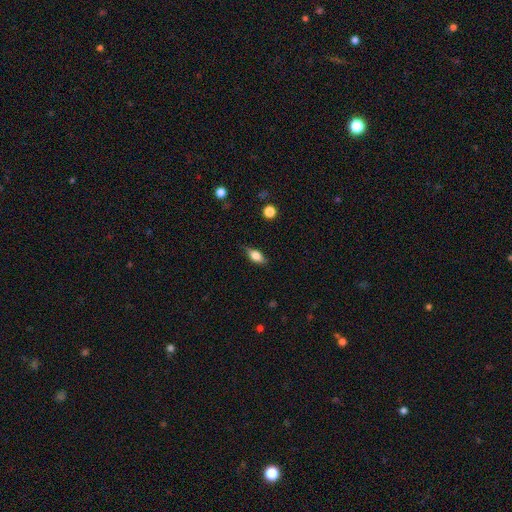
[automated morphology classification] Smooth or featured: smooth — 71% (featured or disk — 21%)
How rounded: in between — 80% (cigar-shaped — 13%)
Merging: none — 79% (minor disturbance — 16%)